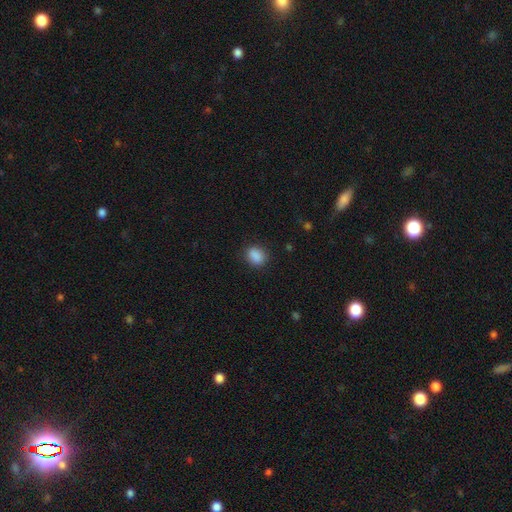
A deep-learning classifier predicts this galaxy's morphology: The model was most divided on "how rounded": in between: 55%, round: 44%, cigar-shaped: 1%. More confident: smooth or featured — smooth (88%); merging — none (85%).